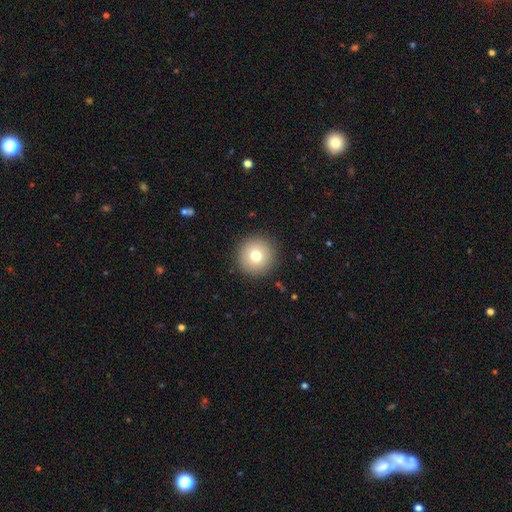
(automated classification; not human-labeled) smooth-or-featured: smooth: 75% | featured or disk: 13% | star or artifact: 11%
  how-rounded: round: 96% | in between: 3% | cigar-shaped: 1%
  merging: none: 91% | minor disturbance: 6% | major disturbance: 2% | merger: 1%